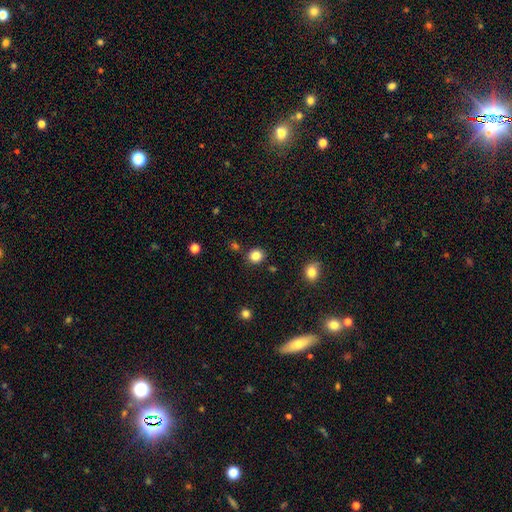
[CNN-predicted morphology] This appears to be a smooth galaxy with no disk features (84%) that is round (82%). Merging: none (87%).